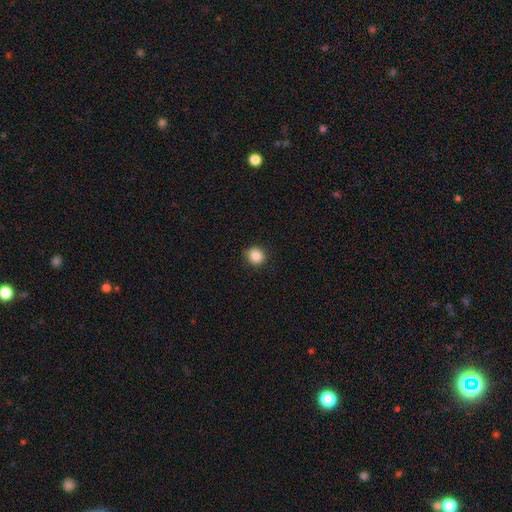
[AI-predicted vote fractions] Overall: smooth (86%). How rounded: round (89%). Merging: none (90%).